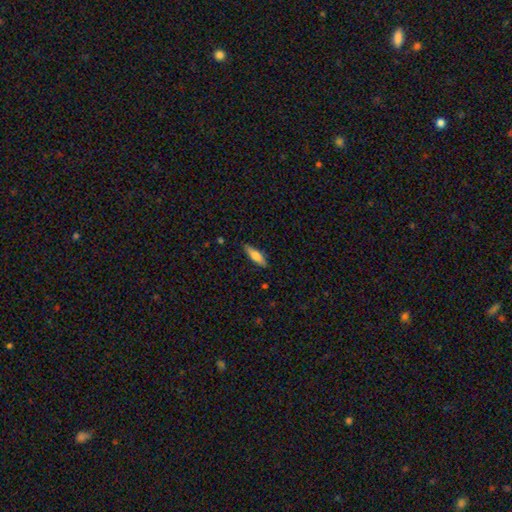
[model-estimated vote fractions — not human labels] A smooth galaxy with no disk features (68%) that is cigar-shaped (58%).

Vote fractions:
- Smooth or featured? smooth: 68% / featured or disk: 25% / star or artifact: 6%
- How rounded? cigar-shaped: 58% / in between: 40% / round: 2%
- Merging? none: 84% / minor disturbance: 12% / major disturbance: 2% / merger: 1%